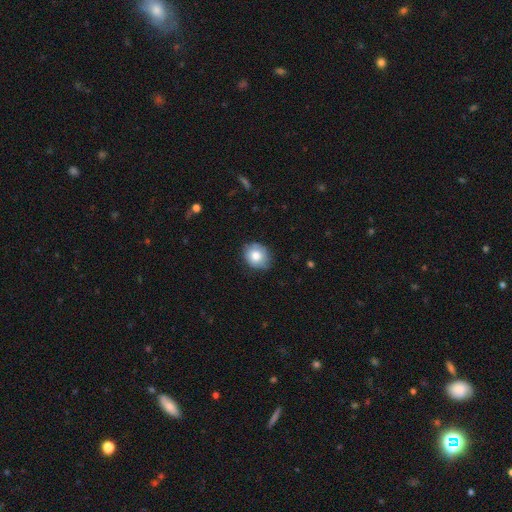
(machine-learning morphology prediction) Smooth or featured? Predicted: smooth (p=0.78). How rounded? Predicted: round (p=0.68). Merging? Predicted: none (p=0.76).